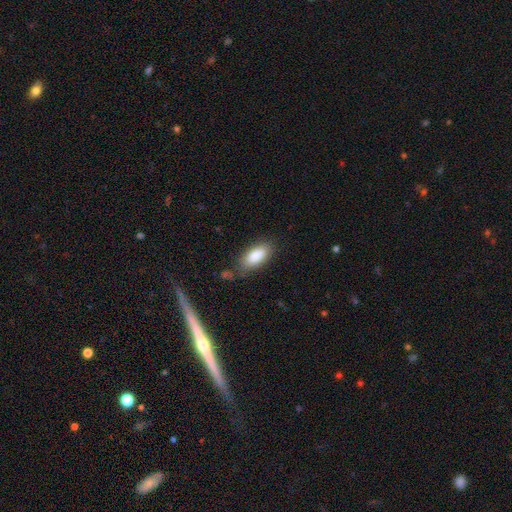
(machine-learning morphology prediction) smooth_or_featured: smooth (p=0.85) [alt: featured or disk p=0.08]
how_rounded: in between (p=0.86) [alt: cigar-shaped p=0.11]
merging: none (p=0.75) [alt: minor disturbance p=0.17]